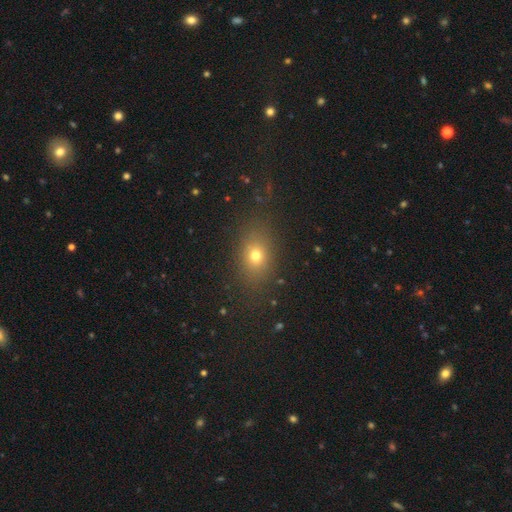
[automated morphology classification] smooth 71%, star or artifact 17%, featured or disk 12%. Down the decision tree: how rounded — in between (63%); merging — none (83%).